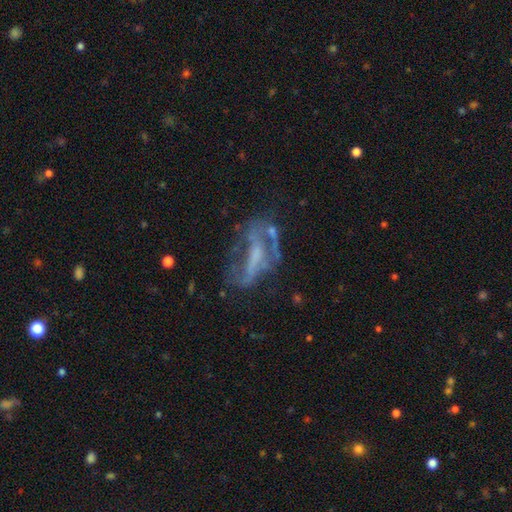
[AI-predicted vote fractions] This is likely a featured or disk galaxy (67%). It is clearly not viewed edge-on (87%). Bar: marginally no (44%). Spiral arm pattern: possibly no (58%). Central bulge: possibly none (48%). Merging: marginally none (38%).